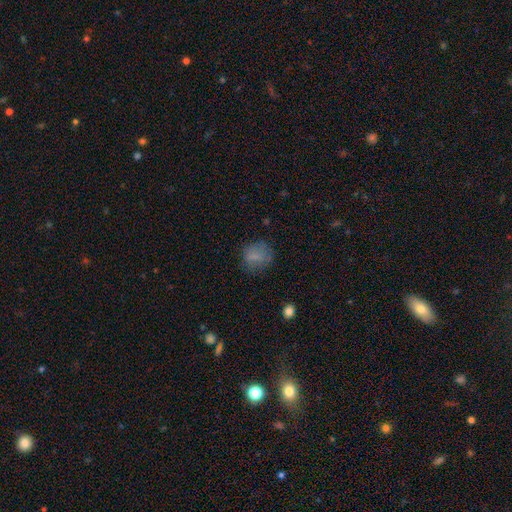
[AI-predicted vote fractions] This is likely a smooth galaxy (77%). How rounded: likely round (69%). Merging: likely none (69%).